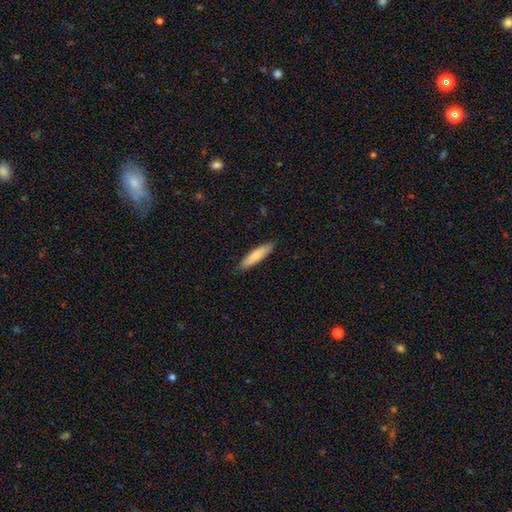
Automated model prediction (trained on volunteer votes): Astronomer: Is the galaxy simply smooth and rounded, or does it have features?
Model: smooth — 77%.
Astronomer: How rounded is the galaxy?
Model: cigar-shaped — 75%.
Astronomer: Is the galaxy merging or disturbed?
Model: none — 88%.